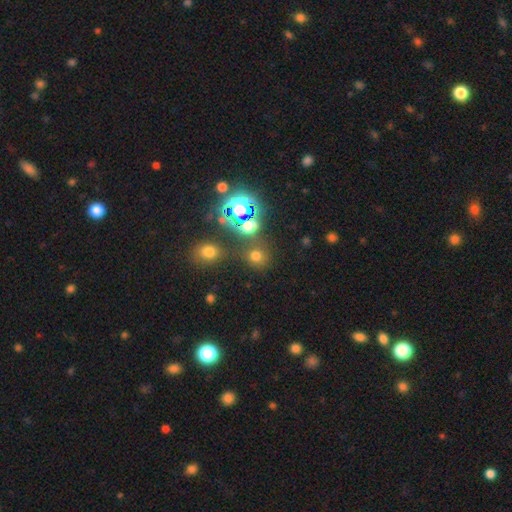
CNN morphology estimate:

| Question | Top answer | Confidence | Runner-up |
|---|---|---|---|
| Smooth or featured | smooth | 59% | star or artifact (34%) |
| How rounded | round | 85% | in between (14%) |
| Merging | none | 76% | merger (10%) |